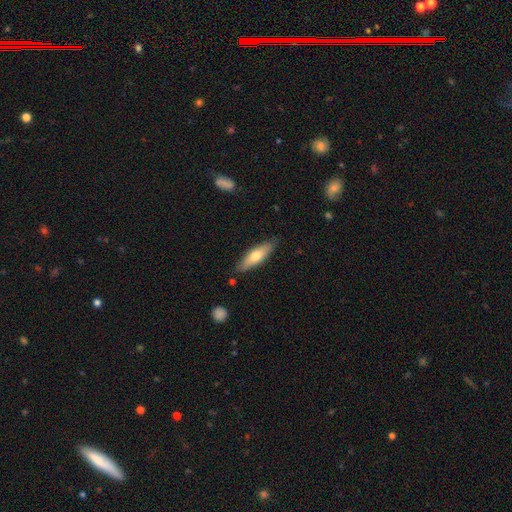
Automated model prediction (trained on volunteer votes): Smooth or featured? Predicted: smooth (p=0.61). How rounded? Predicted: cigar-shaped (p=0.59). Merging? Predicted: none (p=0.83).